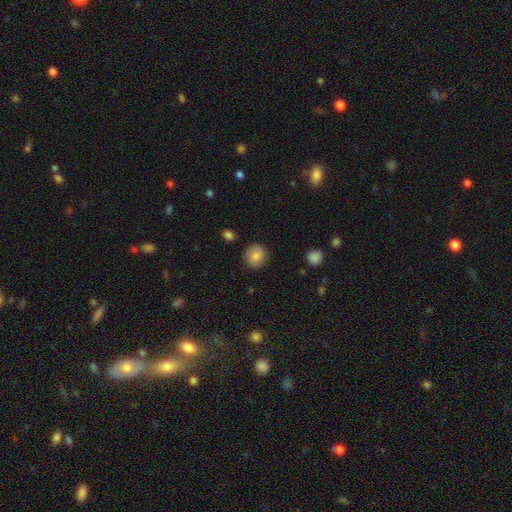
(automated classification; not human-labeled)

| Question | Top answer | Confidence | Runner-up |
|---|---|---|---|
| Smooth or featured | smooth | 84% | star or artifact (8%) |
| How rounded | round | 84% | in between (15%) |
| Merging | none | 87% | minor disturbance (9%) |